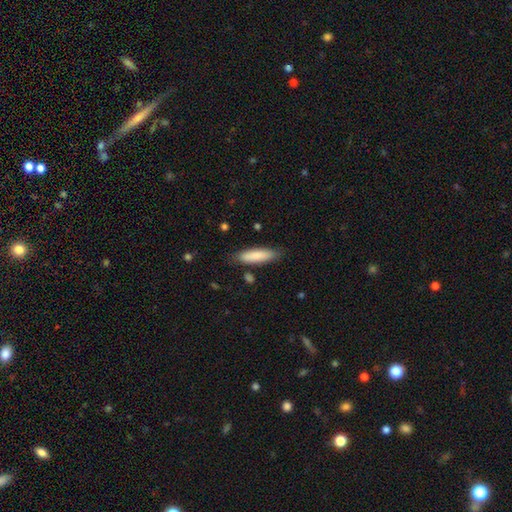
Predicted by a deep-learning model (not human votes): Smooth or featured?
  - smooth: 85% *
  - featured or disk: 9%
  - star or artifact: 6%
How rounded?
  - cigar-shaped: 67% *
  - in between: 32%
  - round: 1%
Merging?
  - none: 83% *
  - minor disturbance: 12%
  - major disturbance: 2%
  - merger: 2%